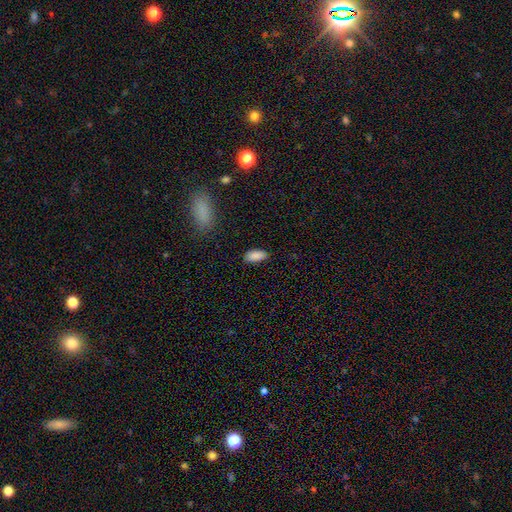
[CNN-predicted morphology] This appears to be a smooth galaxy with no disk features (88%) that is in between round and cigar-shaped (91%). Merging: none (82%).